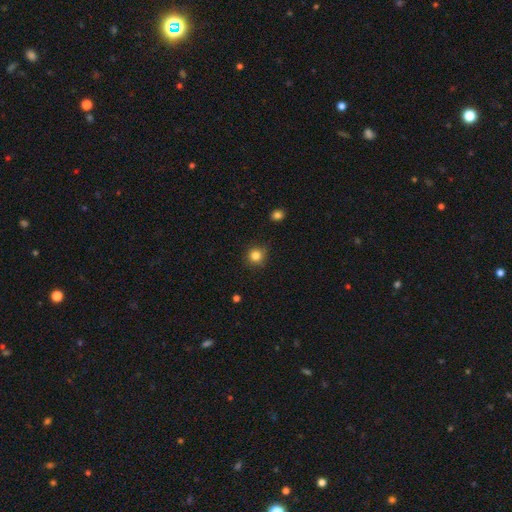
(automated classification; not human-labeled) A smooth galaxy with no disk features (82%) that is round (91%). Merging: none (84%).